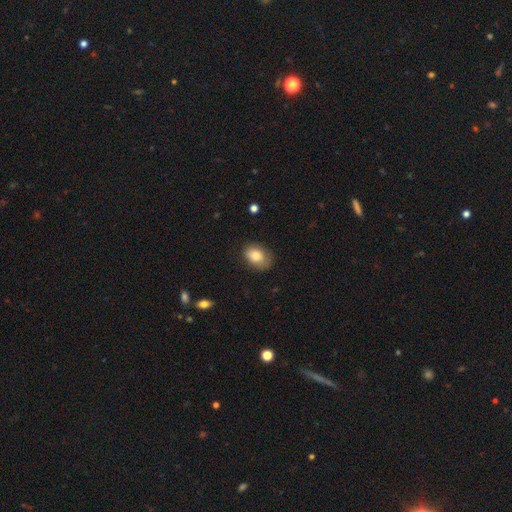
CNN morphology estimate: Smooth or featured?
  - smooth: 81% *
  - featured or disk: 11%
  - star or artifact: 7%
How rounded?
  - in between: 78% *
  - round: 21%
  - cigar-shaped: 1%
Merging?
  - none: 69% *
  - minor disturbance: 23%
  - major disturbance: 6%
  - merger: 1%